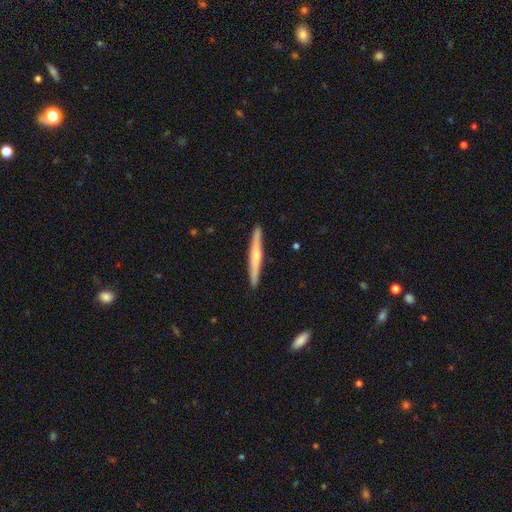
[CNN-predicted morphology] smooth_or_featured: featured or disk (p=0.55) [alt: smooth p=0.40]
disk_edge_on: yes (p=0.97) [alt: no p=0.03]
edge_on_bulge: rounded (p=0.66) [alt: none p=0.25]
merging: none (p=0.91) [alt: minor disturbance p=0.07]